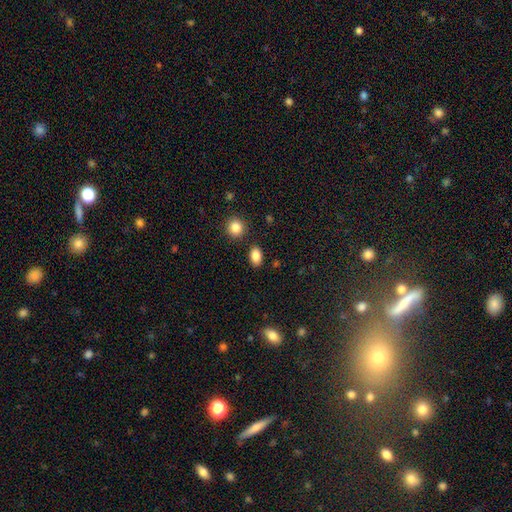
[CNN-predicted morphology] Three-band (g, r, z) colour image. It shows a smooth galaxy with no disk features (87%) that is in between round and cigar-shaped (84%). Merging: none (85%).